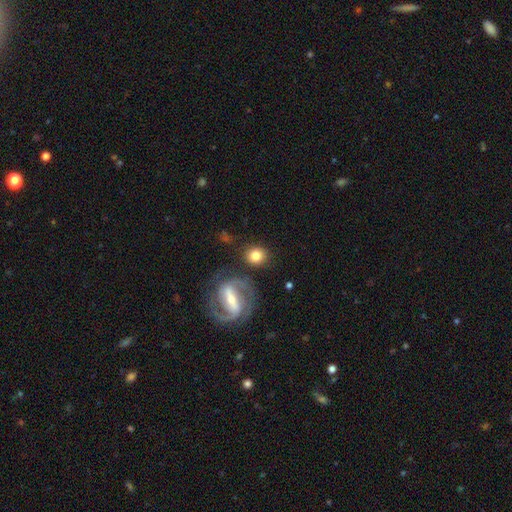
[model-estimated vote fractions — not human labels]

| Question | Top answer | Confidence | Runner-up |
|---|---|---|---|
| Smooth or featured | smooth | 70% | featured or disk (22%) |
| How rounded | round | 77% | in between (21%) |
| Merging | none | 77% | minor disturbance (10%) |